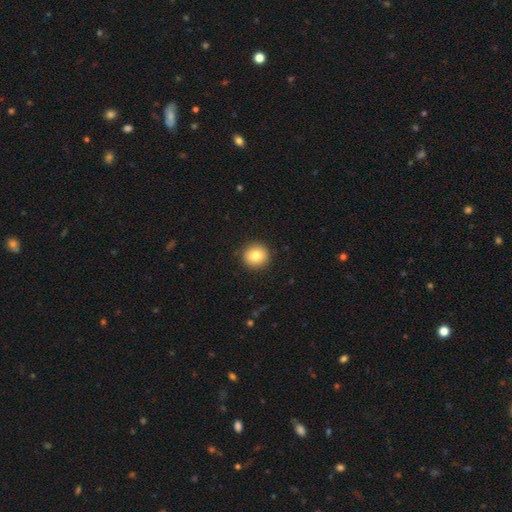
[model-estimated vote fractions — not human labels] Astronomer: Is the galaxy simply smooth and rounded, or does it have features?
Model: smooth — 82%.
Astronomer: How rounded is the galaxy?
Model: round — 92%.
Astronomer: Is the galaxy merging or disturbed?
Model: none — 91%.